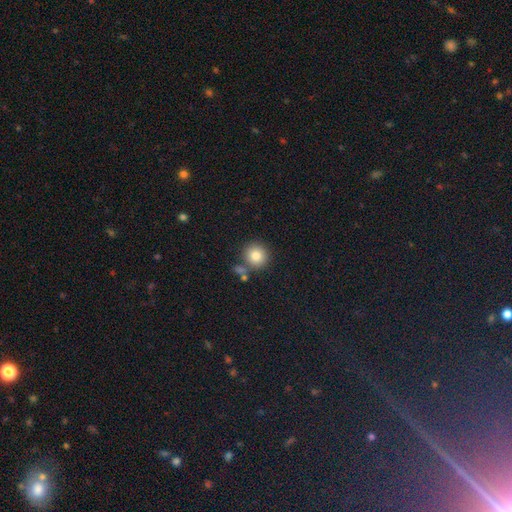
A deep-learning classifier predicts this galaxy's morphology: A smooth galaxy with no disk features (83%) that is round (92%). Merging: none (77%).